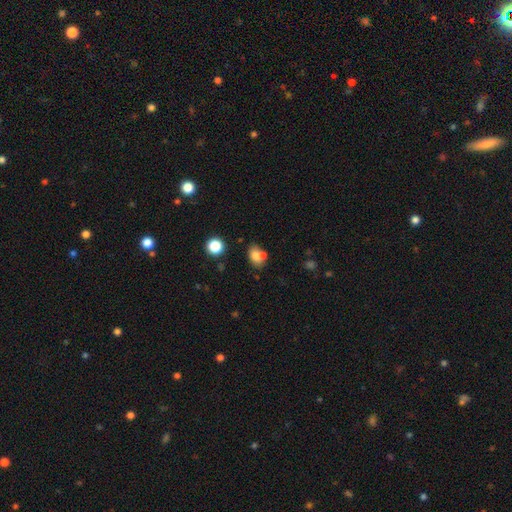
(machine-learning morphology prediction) smooth_or_featured: smooth (p=0.75) [alt: featured or disk p=0.13]
how_rounded: in between (p=0.70) [alt: round p=0.28]
merging: none (p=0.47) [alt: merger p=0.32]